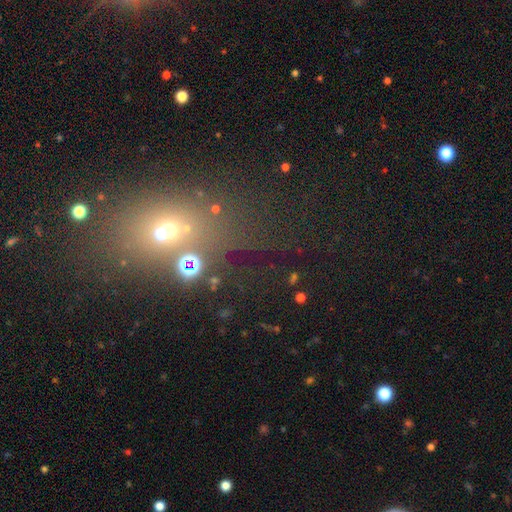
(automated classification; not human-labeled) Smooth or featured?
  - star or artifact: 53% *
  - smooth: 33%
  - featured or disk: 14%